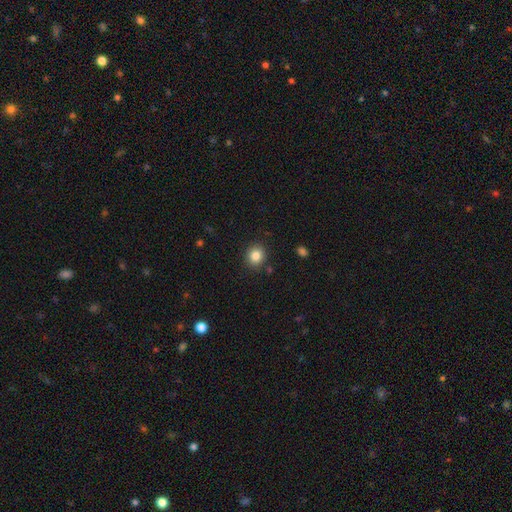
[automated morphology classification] Smooth or featured: smooth — 84% (star or artifact — 10%)
How rounded: round — 81% (in between — 18%)
Merging: none — 89% (minor disturbance — 7%)